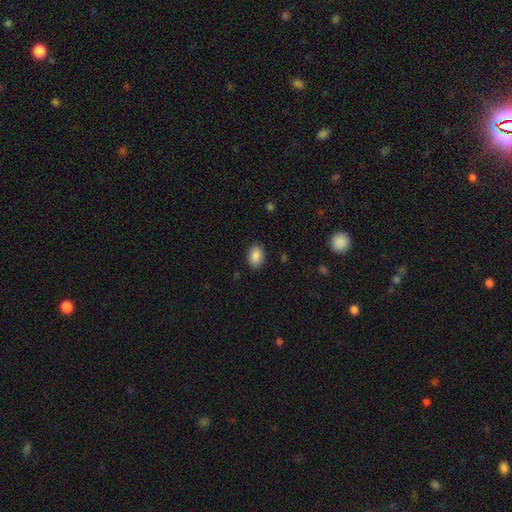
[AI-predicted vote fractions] Smooth or featured?
  - smooth: 88% *
  - star or artifact: 8%
  - featured or disk: 5%
How rounded?
  - in between: 84% *
  - round: 14%
  - cigar-shaped: 1%
Merging?
  - none: 88% *
  - minor disturbance: 9%
  - major disturbance: 2%
  - merger: 1%